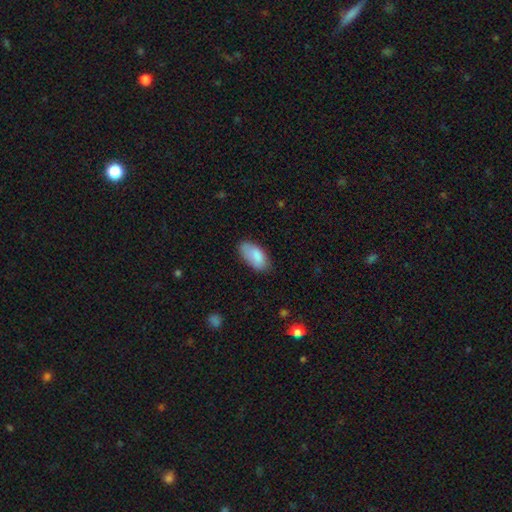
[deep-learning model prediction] Smooth or featured? smooth (85%)
How rounded? in between (93%)
Merging? none (70%)